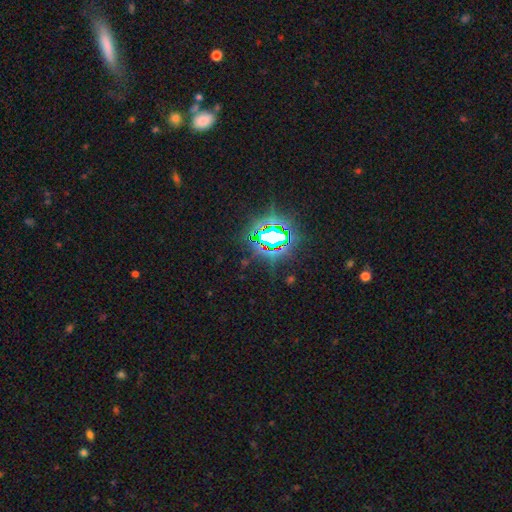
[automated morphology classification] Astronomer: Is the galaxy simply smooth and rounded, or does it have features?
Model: star or artifact — 83%.